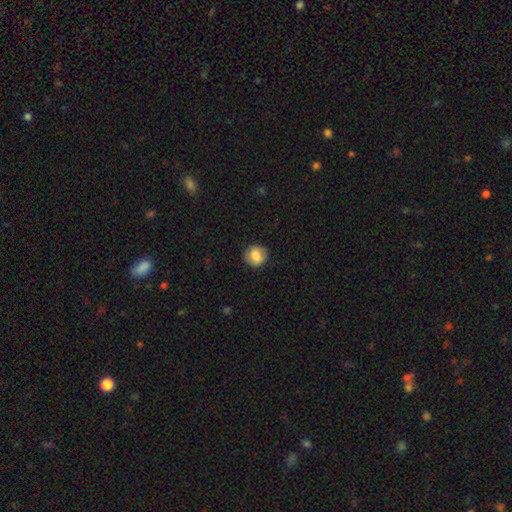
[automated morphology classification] Overall: smooth (81%). How rounded: round (85%). Merging: none (86%).